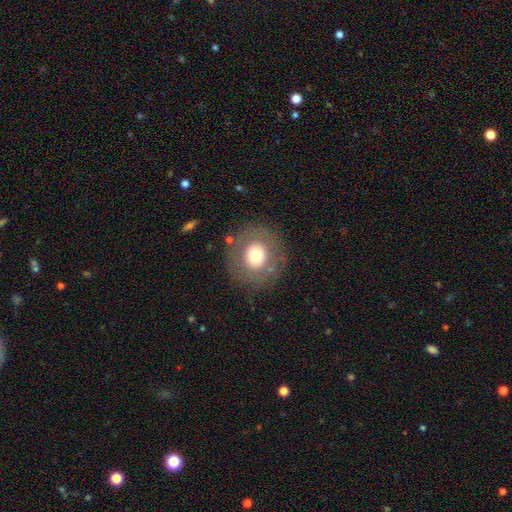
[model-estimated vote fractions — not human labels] Overall: smooth (64%; featured or disk 25%). How rounded: round (90%). Merging: none (83%).